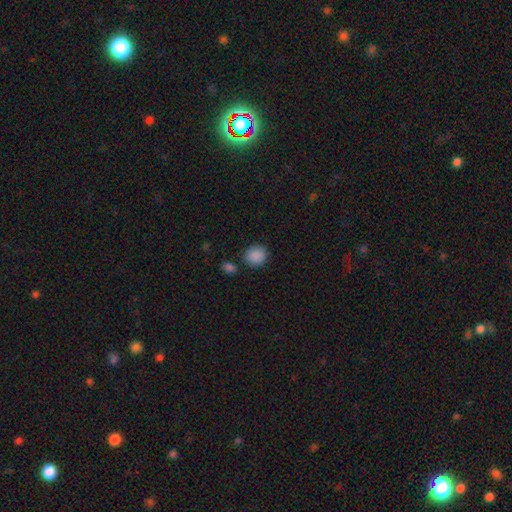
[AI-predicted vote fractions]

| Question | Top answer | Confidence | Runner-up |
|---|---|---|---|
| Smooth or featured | smooth | 88% | star or artifact (9%) |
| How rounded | round | 81% | in between (18%) |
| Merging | none | 82% | minor disturbance (9%) |